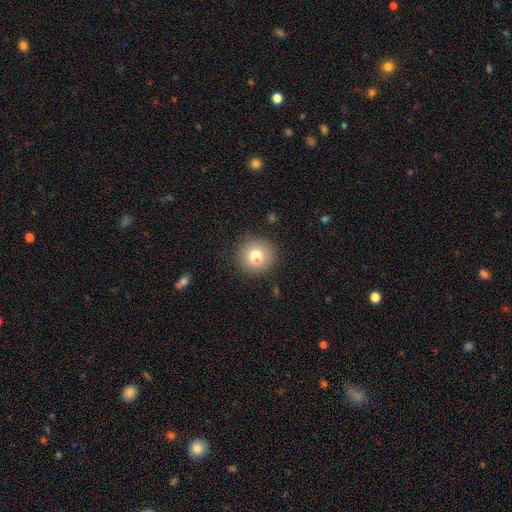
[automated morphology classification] smooth_or_featured: smooth (p=0.78) [alt: featured or disk p=0.11]
how_rounded: round (p=0.91) [alt: in between p=0.08]
merging: none (p=0.86) [alt: minor disturbance p=0.09]